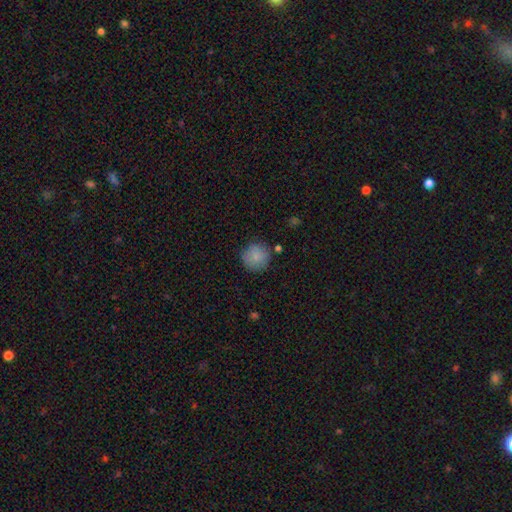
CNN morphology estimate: smooth_or_featured: smooth (p=0.85) [alt: star or artifact p=0.08]
how_rounded: round (p=0.94) [alt: in between p=0.05]
merging: none (p=0.81) [alt: minor disturbance p=0.13]